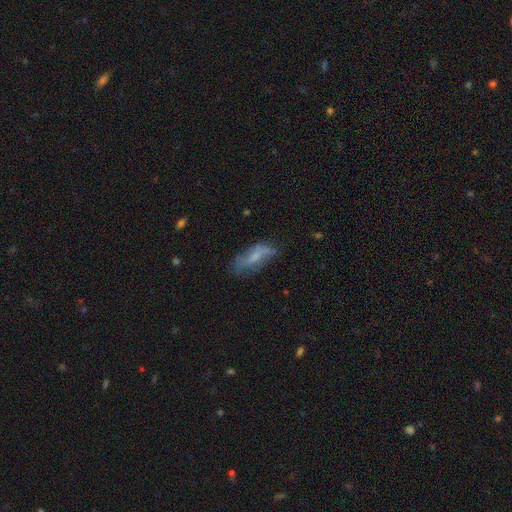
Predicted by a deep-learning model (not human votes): Smooth or featured: smooth — 51% (featured or disk — 39%)
How rounded: in between — 64% (cigar-shaped — 34%)
Merging: none — 53% (minor disturbance — 28%)